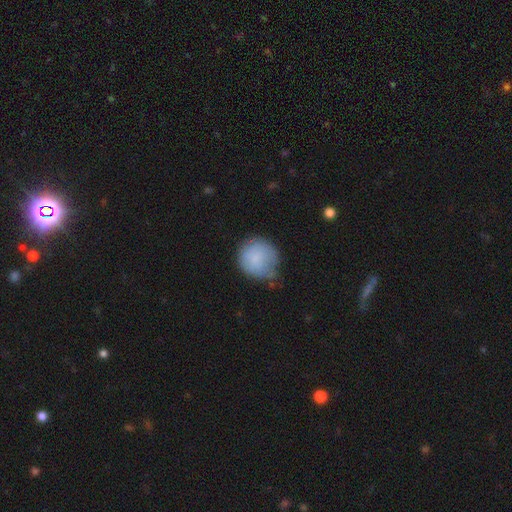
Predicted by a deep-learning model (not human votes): Smooth or featured?
  - smooth: 80% *
  - featured or disk: 13%
  - star or artifact: 7%
How rounded?
  - round: 87% *
  - in between: 12%
  - cigar-shaped: 1%
Merging?
  - none: 51% *
  - minor disturbance: 36%
  - major disturbance: 10%
  - merger: 3%